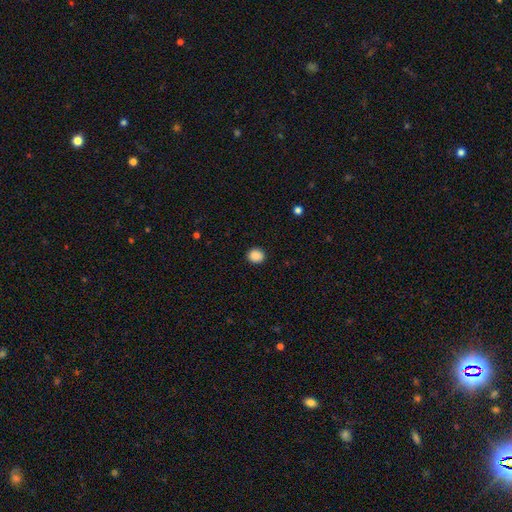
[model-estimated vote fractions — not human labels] The model was most divided on "how rounded": round: 80%, in between: 19%, cigar-shaped: 1%. More confident: merging — none (91%); smooth or featured — smooth (88%).